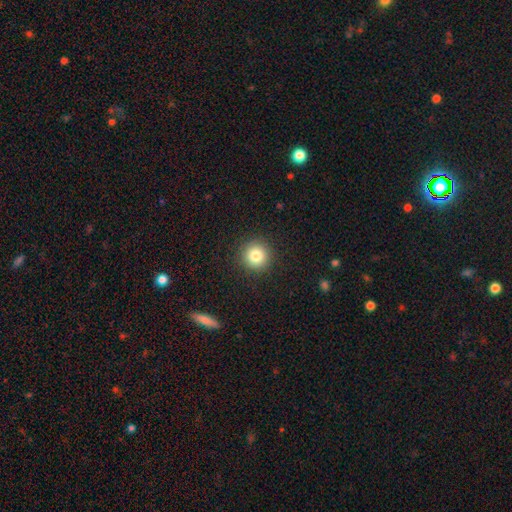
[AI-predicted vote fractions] The model was most divided on "smooth or featured": smooth: 82%, star or artifact: 11%, featured or disk: 7%. More confident: how rounded — round (95%); merging — none (92%).